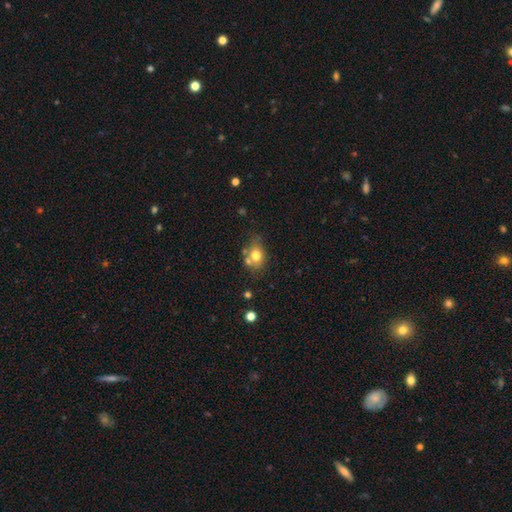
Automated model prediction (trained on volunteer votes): Overall: smooth (73%). How rounded: in between (54%; round 44%). Merging: none (50%; merger 23%).